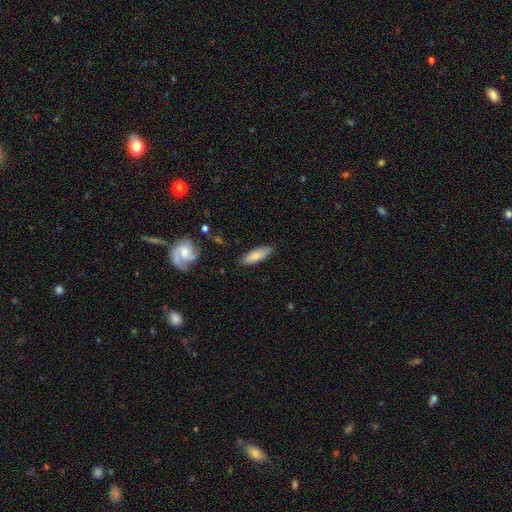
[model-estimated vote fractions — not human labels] Smooth or featured? Predicted: smooth (p=0.82). How rounded? Predicted: in between (p=0.56). Merging? Predicted: none (p=0.83).